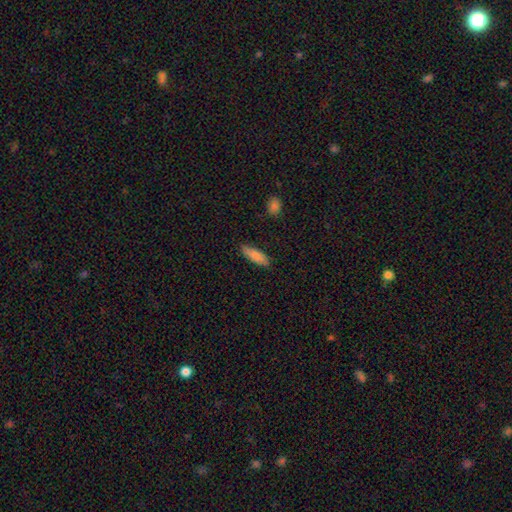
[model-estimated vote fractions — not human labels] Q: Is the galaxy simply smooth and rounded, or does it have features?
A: smooth — 80%.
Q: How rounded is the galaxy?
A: in between — 56%.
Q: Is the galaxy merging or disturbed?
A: none — 85%.